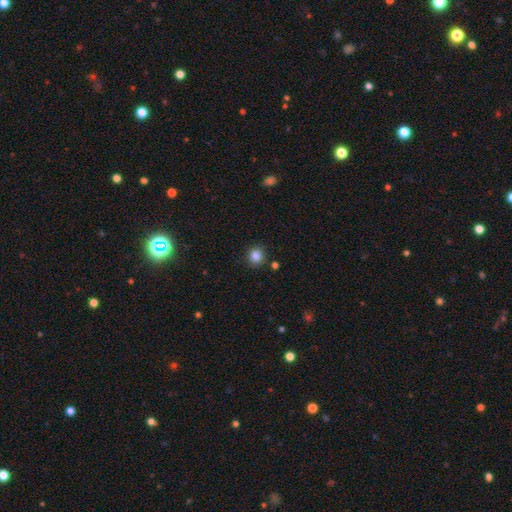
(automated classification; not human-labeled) smooth 85%, star or artifact 11%, featured or disk 4%. Down the decision tree: how rounded — round (81%); merging — none (86%).